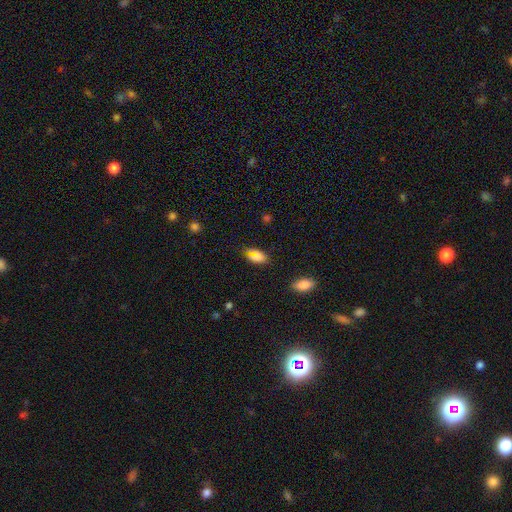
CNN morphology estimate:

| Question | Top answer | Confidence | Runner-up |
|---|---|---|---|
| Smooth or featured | smooth | 72% | star or artifact (16%) |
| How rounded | in between | 87% | cigar-shaped (7%) |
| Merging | none | 70% | minor disturbance (19%) |